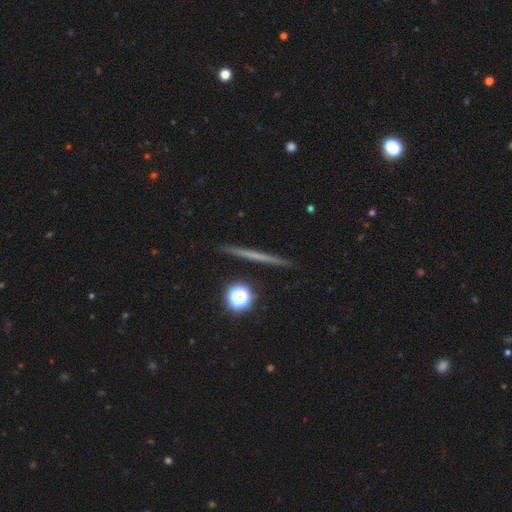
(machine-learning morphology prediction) smooth-or-featured: featured or disk: 47% | smooth: 43% | star or artifact: 10%
  merging: none: 91% | minor disturbance: 6% | merger: 2% | major disturbance: 1%